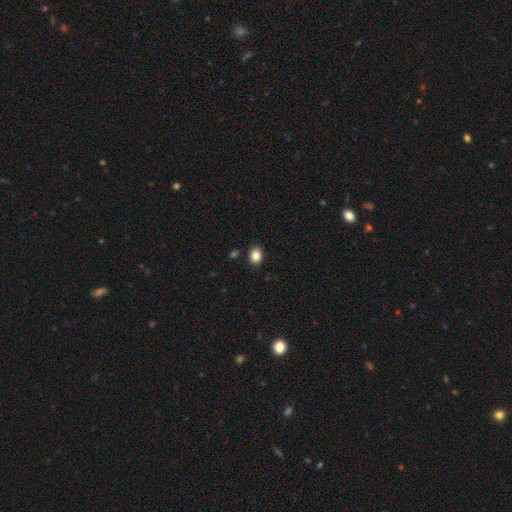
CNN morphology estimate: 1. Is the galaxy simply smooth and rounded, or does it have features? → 85% smooth, 9% star or artifact, 6% featured or disk.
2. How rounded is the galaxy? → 64% in between, 35% round, 1% cigar-shaped.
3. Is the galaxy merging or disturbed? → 89% none, 8% minor disturbance, 2% major disturbance, 2% merger.